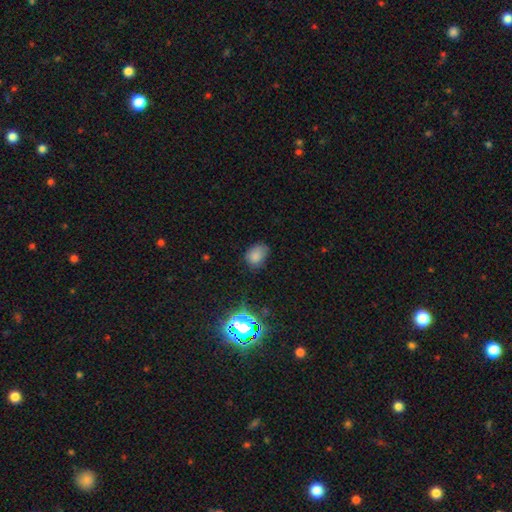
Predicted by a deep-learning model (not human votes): smooth 77%, star or artifact 16%, featured or disk 6%. Down the decision tree: how rounded — in between (65%); merging — none (66%).